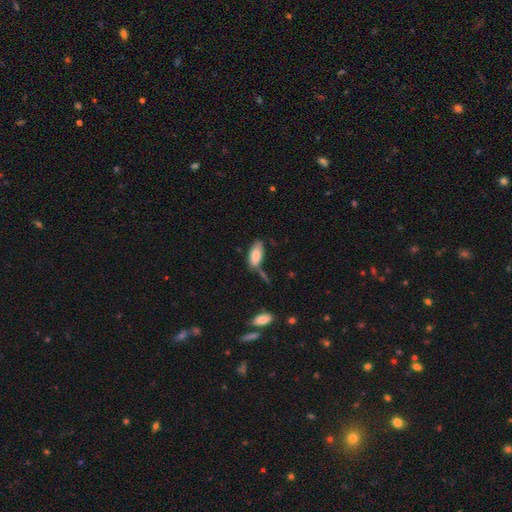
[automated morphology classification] Smooth or featured? smooth (82%)
How rounded? in between (89%)
Merging? none (54%)